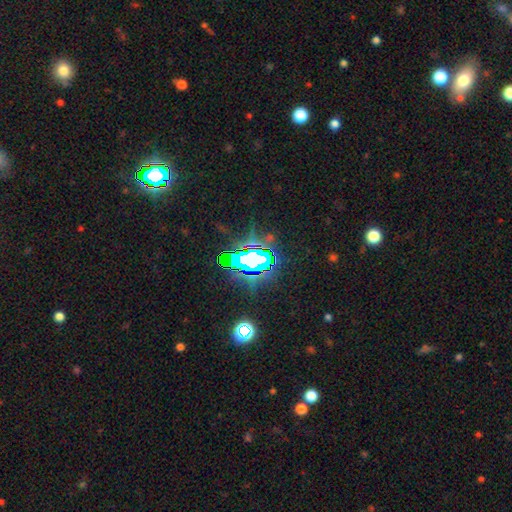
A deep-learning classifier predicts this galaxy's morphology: Smooth or featured? Predicted: star or artifact (p=0.69).